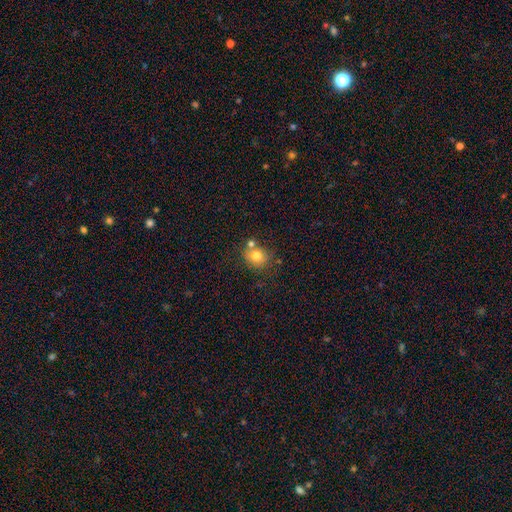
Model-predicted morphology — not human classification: A smooth galaxy with no disk features (76%) that is round (74%). Merging: none (63%).